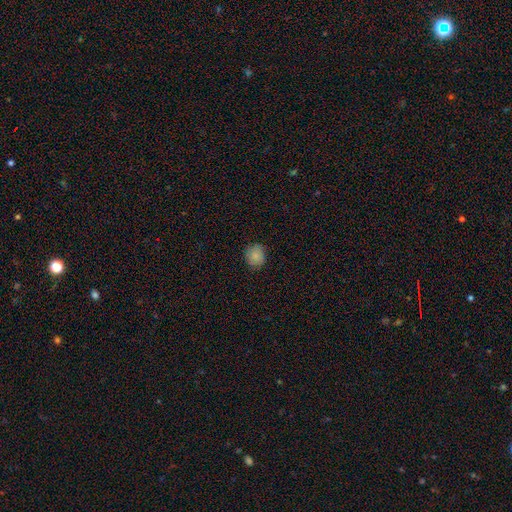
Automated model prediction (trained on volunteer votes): Smooth or featured?
  - smooth: 85% *
  - star or artifact: 9%
  - featured or disk: 5%
How rounded?
  - round: 76% *
  - in between: 23%
  - cigar-shaped: 1%
Merging?
  - none: 82% *
  - minor disturbance: 14%
  - major disturbance: 3%
  - merger: 1%